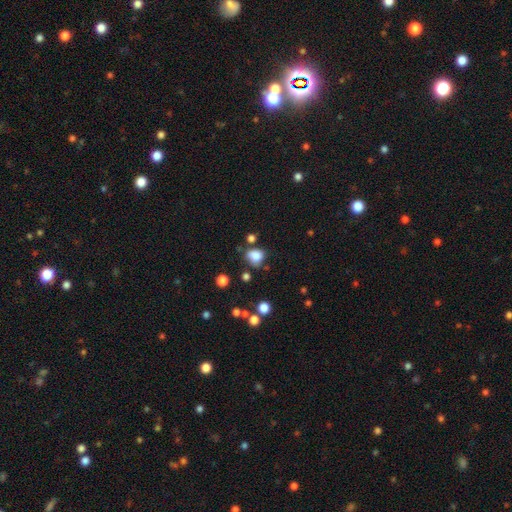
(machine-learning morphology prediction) Smooth or featured? Predicted: smooth (p=0.82). How rounded? Predicted: round (p=0.59). Merging? Predicted: none (p=0.61).